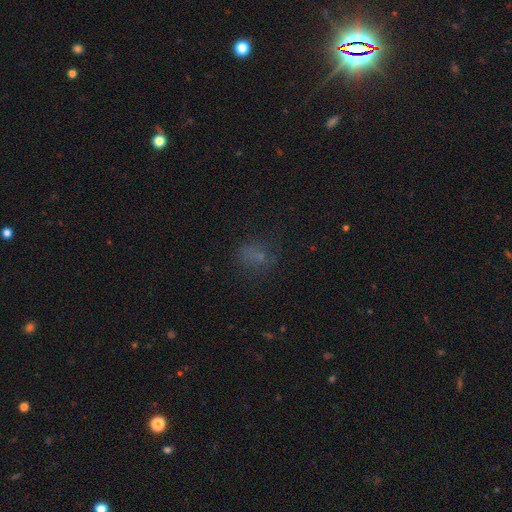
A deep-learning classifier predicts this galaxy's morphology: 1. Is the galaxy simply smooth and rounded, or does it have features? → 56% smooth, 26% star or artifact, 18% featured or disk.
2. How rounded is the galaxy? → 51% round, 47% in between, 2% cigar-shaped.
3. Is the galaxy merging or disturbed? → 62% none, 19% minor disturbance, 15% major disturbance, 3% merger.